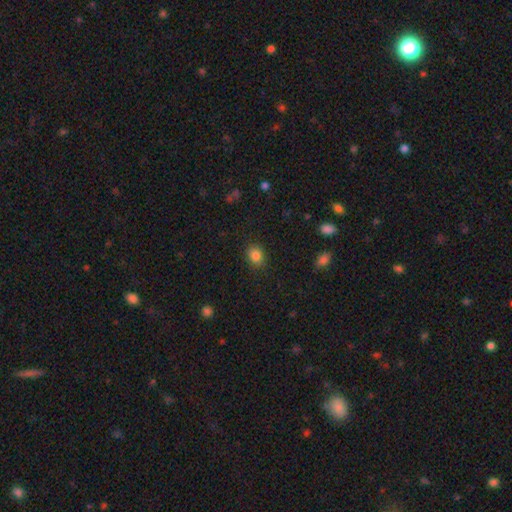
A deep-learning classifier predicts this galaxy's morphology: Overall: smooth (84%). How rounded: round (59%; in between 40%). Merging: none (87%).